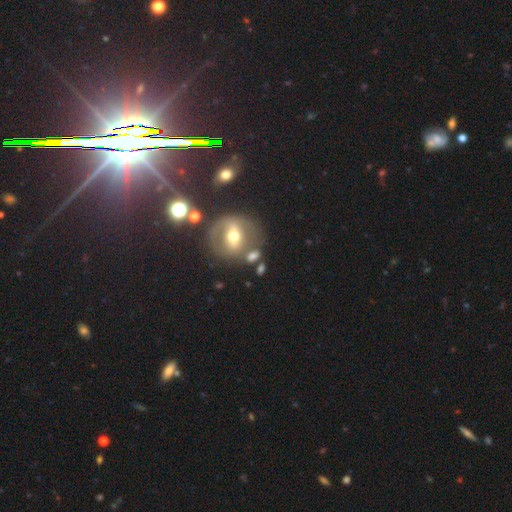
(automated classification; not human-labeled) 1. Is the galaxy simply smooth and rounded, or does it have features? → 54% featured or disk, 28% smooth, 17% star or artifact.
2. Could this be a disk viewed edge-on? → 86% no, 14% yes.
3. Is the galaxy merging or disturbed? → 62% none, 15% minor disturbance, 14% merger, 9% major disturbance.